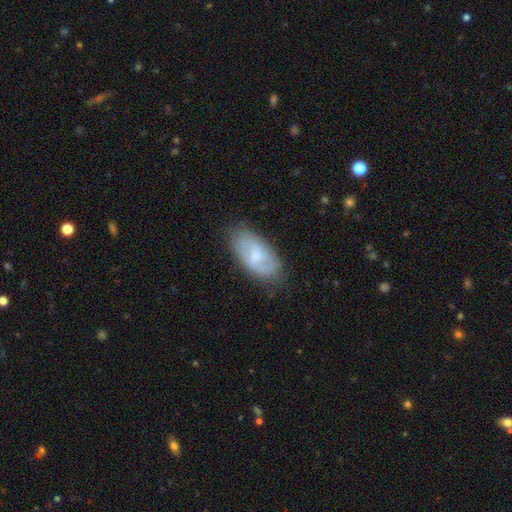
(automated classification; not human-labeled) smooth_or_featured: smooth (p=0.47) [alt: featured or disk p=0.46]
merging: none (p=0.74) [alt: minor disturbance p=0.19]